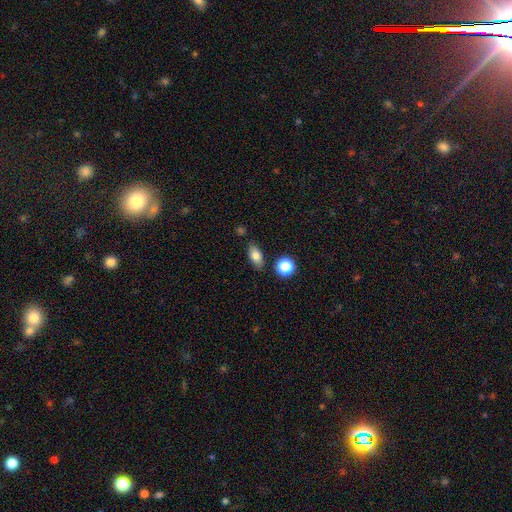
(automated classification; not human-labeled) Q: Smooth or featured?
A: smooth (79%); runner-up: featured or disk (12%)
Q: How rounded?
A: in between (82%); runner-up: round (10%)
Q: Merging?
A: none (80%); runner-up: minor disturbance (13%)